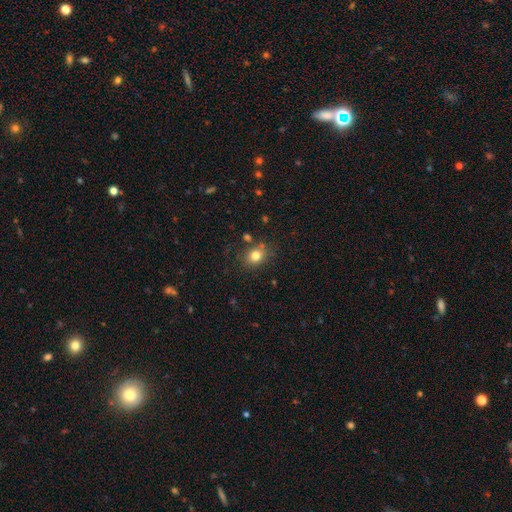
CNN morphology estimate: smooth-or-featured: smooth: 79% | star or artifact: 12% | featured or disk: 8%
  how-rounded: round: 55% | in between: 44% | cigar-shaped: 1%
  merging: none: 77% | minor disturbance: 13% | merger: 6% | major disturbance: 4%